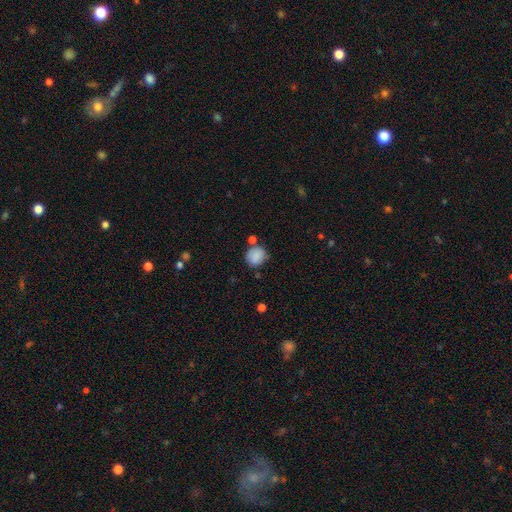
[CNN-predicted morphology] smooth_or_featured: smooth (p=0.85) [alt: star or artifact p=0.08]
how_rounded: round (p=0.80) [alt: in between p=0.19]
merging: none (p=0.66) [alt: minor disturbance p=0.19]